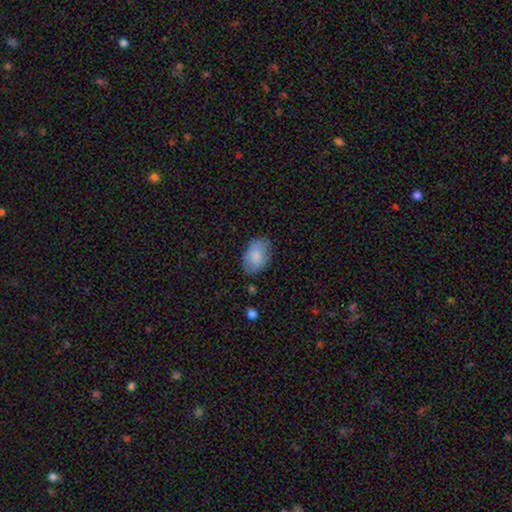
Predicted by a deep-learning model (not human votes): Smooth or featured?
  - smooth: 80% *
  - featured or disk: 13%
  - star or artifact: 7%
How rounded?
  - in between: 91% *
  - round: 8%
  - cigar-shaped: 1%
Merging?
  - none: 74% *
  - minor disturbance: 20%
  - major disturbance: 5%
  - merger: 2%